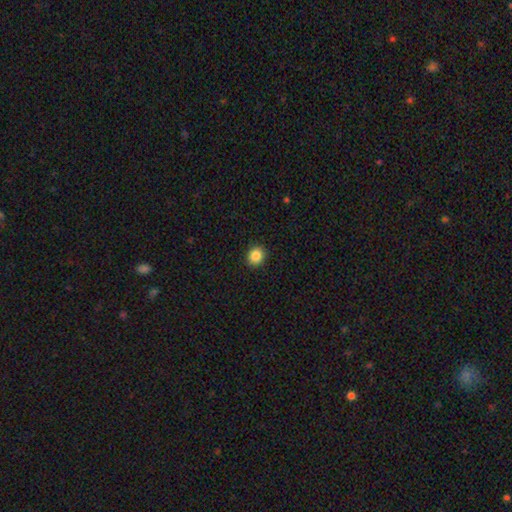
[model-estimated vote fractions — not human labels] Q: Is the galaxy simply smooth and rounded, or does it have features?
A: smooth — 86%.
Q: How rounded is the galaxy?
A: round — 79%.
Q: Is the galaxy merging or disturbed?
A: none — 92%.